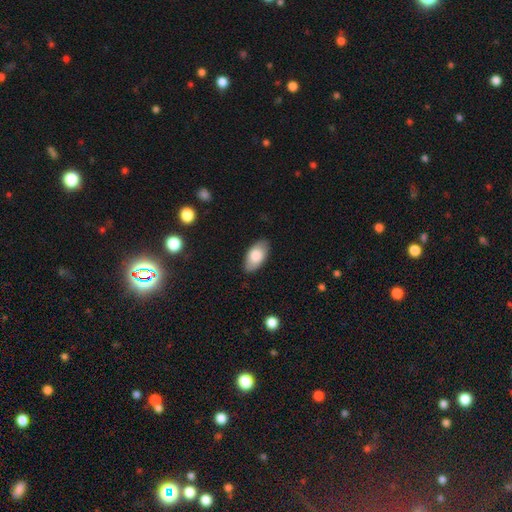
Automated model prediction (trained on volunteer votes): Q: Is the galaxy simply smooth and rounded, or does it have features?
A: smooth — 78%.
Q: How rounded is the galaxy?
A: in between — 94%.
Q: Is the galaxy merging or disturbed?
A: none — 85%.